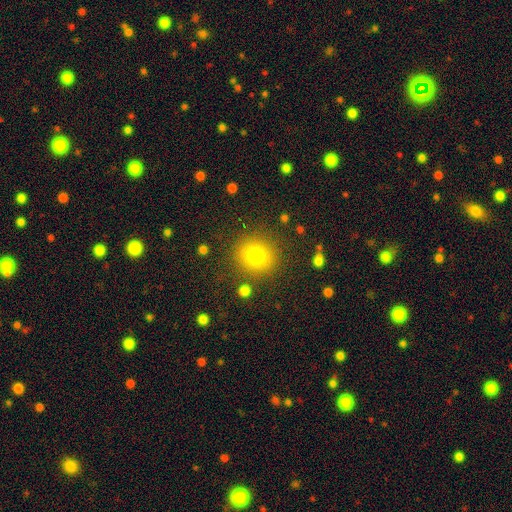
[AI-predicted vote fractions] Smooth or featured? Predicted: smooth (p=0.77). How rounded? Predicted: round (p=0.86). Merging? Predicted: none (p=0.85).